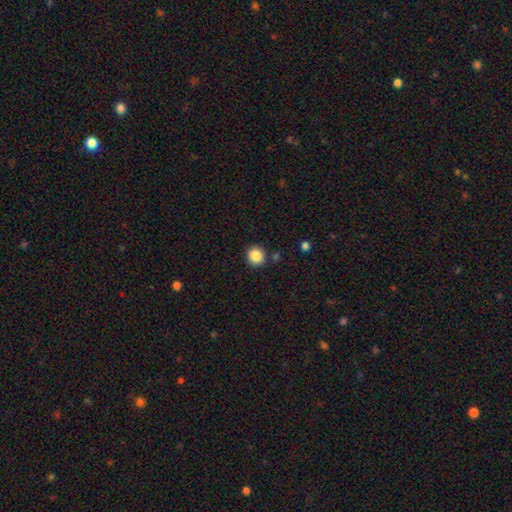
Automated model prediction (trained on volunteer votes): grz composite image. It shows a smooth galaxy with no disk features (86%) that is round (92%). Merging: none (87%).